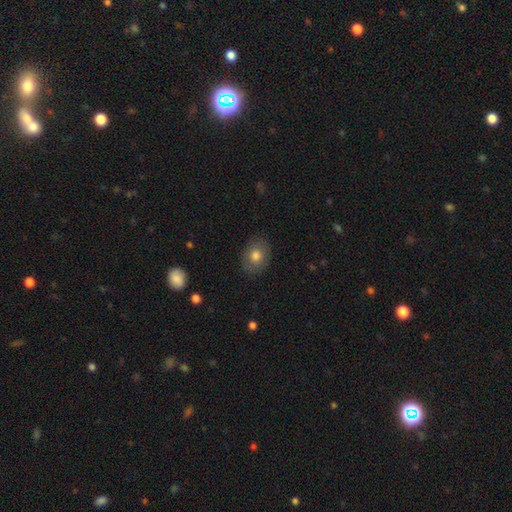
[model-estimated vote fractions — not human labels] A smooth galaxy with no disk features (79%) that is in between round and cigar-shaped (59%). Merging: none (86%).